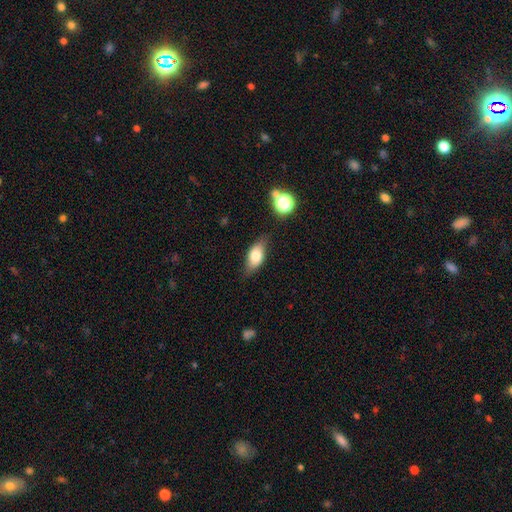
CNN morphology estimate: type=smooth (73%); roundness=in between (84%); merging=none (72%).